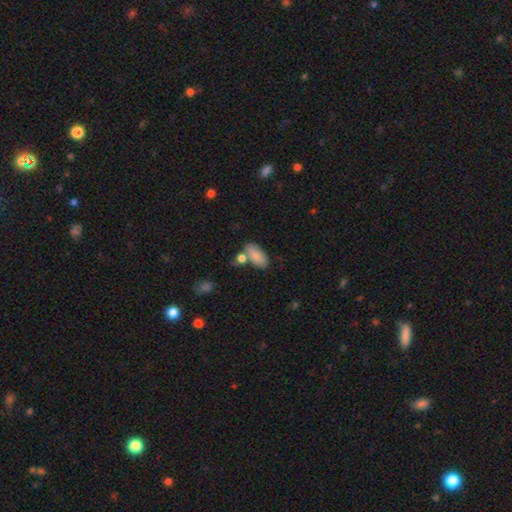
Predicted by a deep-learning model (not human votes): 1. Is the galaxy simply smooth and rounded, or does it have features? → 83% smooth, 10% featured or disk, 7% star or artifact.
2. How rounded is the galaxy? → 92% in between, 5% cigar-shaped, 3% round.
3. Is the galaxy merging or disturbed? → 59% none, 23% merger, 14% minor disturbance, 4% major disturbance.